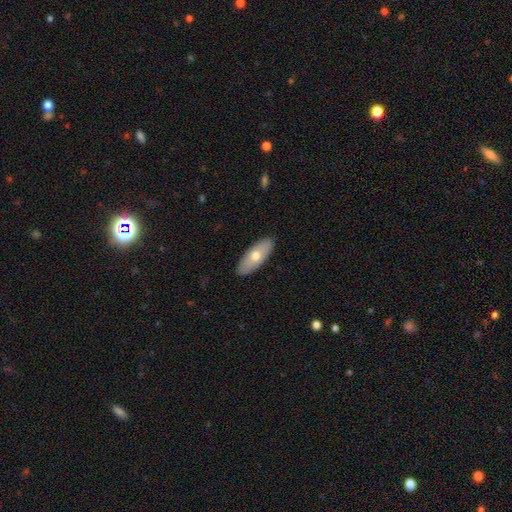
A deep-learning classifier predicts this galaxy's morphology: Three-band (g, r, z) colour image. It shows a smooth galaxy with no disk features (63%) that is in between round and cigar-shaped (80%). Merging: none (89%).